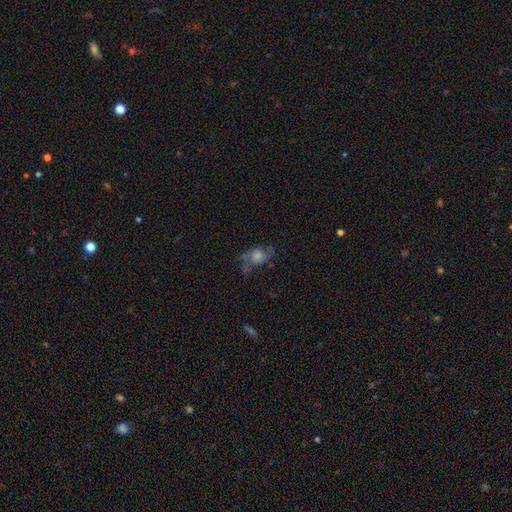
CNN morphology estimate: This is possibly a featured or disk galaxy (51%). It is clearly not viewed edge-on (91%). Merging: possibly none (53%).